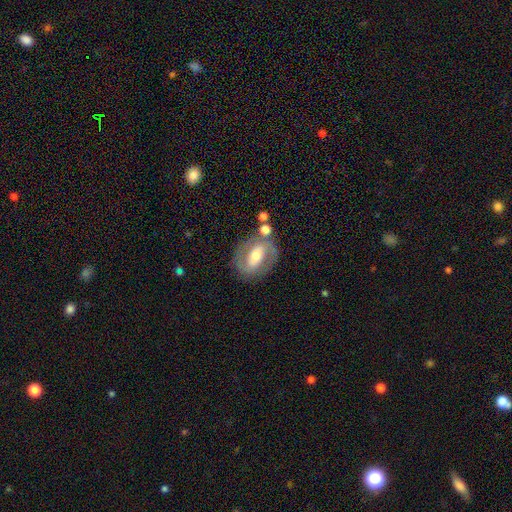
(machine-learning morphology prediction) smooth-or-featured: featured or disk: 70% | smooth: 24% | star or artifact: 7%
  disk-edge-on: no: 94% | yes: 6%
    bar: strong: 41% | weak: 36% | no: 23%
    has-spiral-arms: yes: 71% | no: 29%
    bulge-size: moderate: 64% | small: 24% | large: 10% | none: 1% | dominant: 1%
  merging: none: 71% | minor disturbance: 15% | merger: 7% | major disturbance: 7%